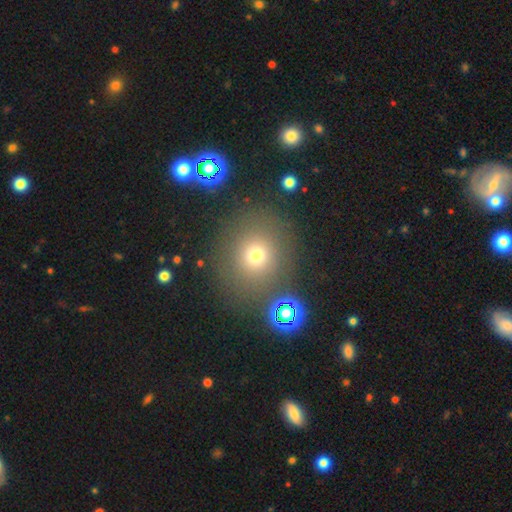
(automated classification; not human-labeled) Overall: smooth (70%). How rounded: round (83%). Merging: none (80%).